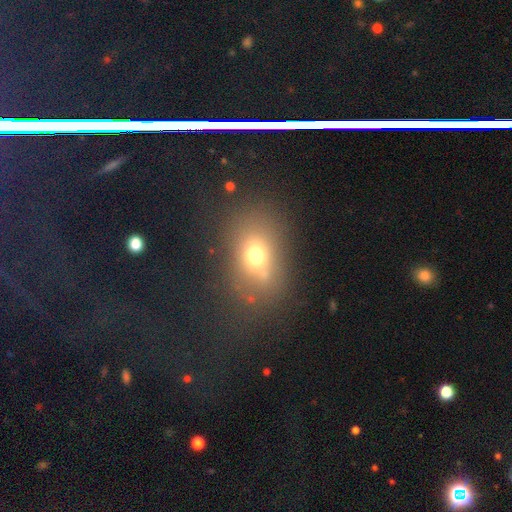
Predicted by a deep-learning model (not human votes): Q: Smooth or featured?
A: smooth (66%); runner-up: star or artifact (17%)
Q: How rounded?
A: in between (64%); runner-up: round (34%)
Q: Merging?
A: none (71%); runner-up: minor disturbance (14%)